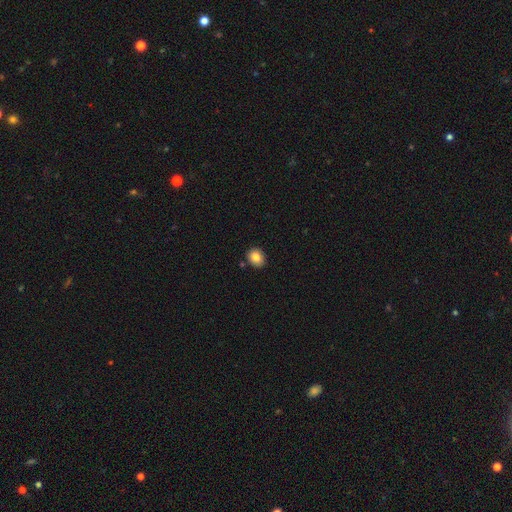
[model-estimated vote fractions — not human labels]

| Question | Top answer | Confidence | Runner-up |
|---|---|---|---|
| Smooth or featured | smooth | 84% | star or artifact (9%) |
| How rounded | round | 63% | in between (36%) |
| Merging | none | 87% | minor disturbance (8%) |